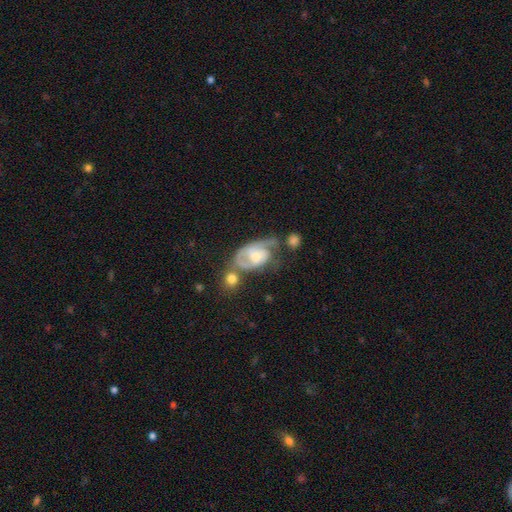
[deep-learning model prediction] smooth_or_featured: featured or disk (p=0.75) [alt: smooth p=0.18]
disk_edge_on: no (p=0.96) [alt: yes p=0.04]
bar: no (p=0.58) [alt: weak p=0.34]
has_spiral_arms: yes (p=0.86) [alt: no p=0.14]
spiral_winding: tight (p=0.42) [alt: medium p=0.41]
spiral_arm_count: 2 (p=0.57) [alt: can't tell p=0.18]
bulge_size: moderate (p=0.49) [alt: small p=0.40]
merging: none (p=0.30) [alt: merger p=0.24]